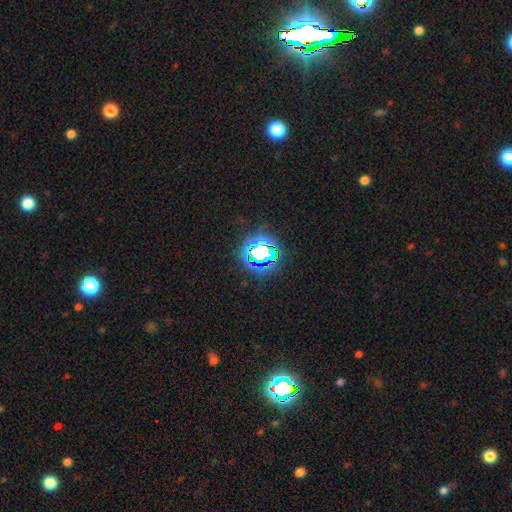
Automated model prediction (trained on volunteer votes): smooth_or_featured: star or artifact (p=0.64) [alt: smooth p=0.23]